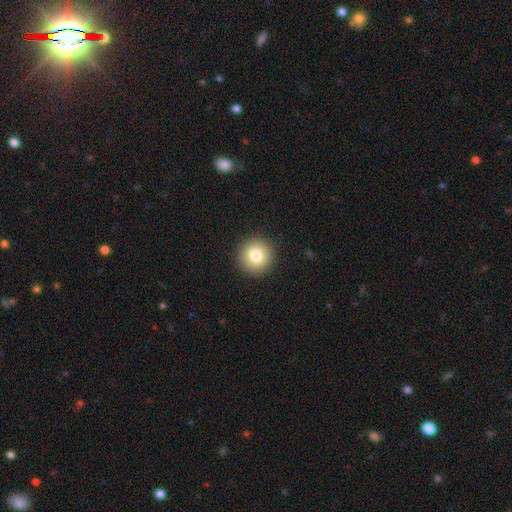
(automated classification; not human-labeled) Smooth or featured? Predicted: smooth (p=0.81). How rounded? Predicted: round (p=0.94). Merging? Predicted: none (p=0.92).